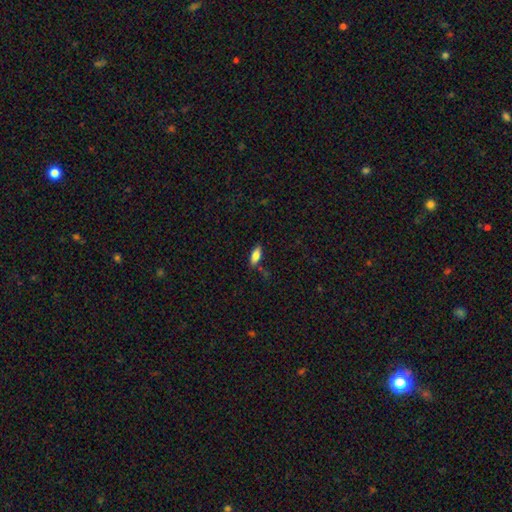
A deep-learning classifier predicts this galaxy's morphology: The model was most divided on "how rounded": in between: 77%, cigar-shaped: 21%, round: 2%. More confident: merging — none (78%); smooth or featured — smooth (77%).